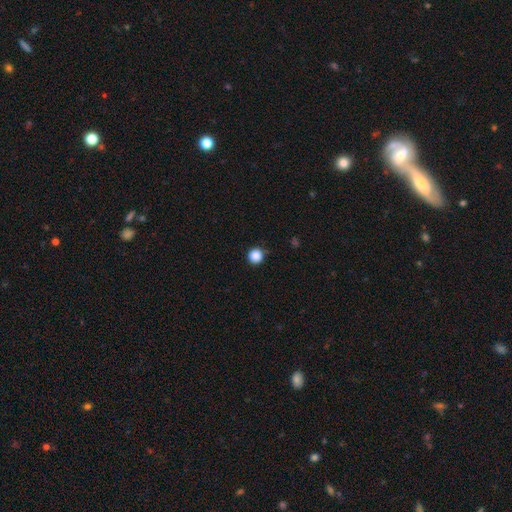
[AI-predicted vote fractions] Smooth or featured? Predicted: smooth (p=0.87). How rounded? Predicted: round (p=0.96). Merging? Predicted: none (p=0.90).